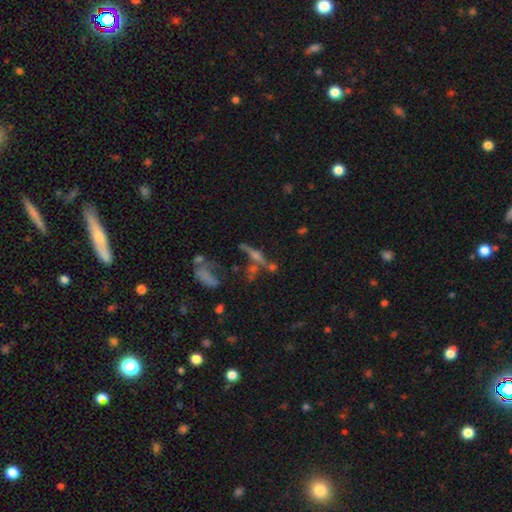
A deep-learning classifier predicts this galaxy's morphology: A featured or disk galaxy (60%) viewed edge-on (84%). Merging: none (55%).